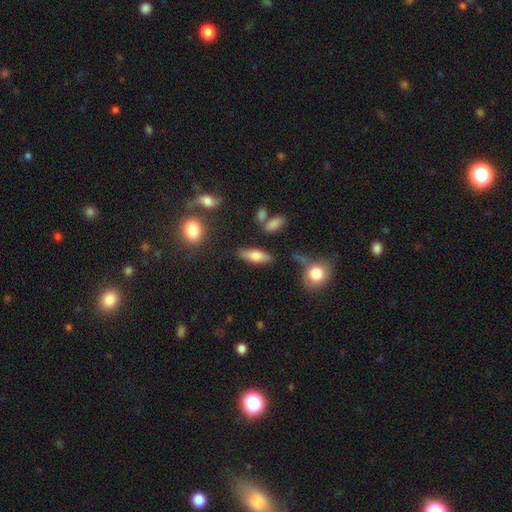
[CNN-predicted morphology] Overall: smooth (69%). How rounded: in between (63%; cigar-shaped 33%). Merging: none (79%).